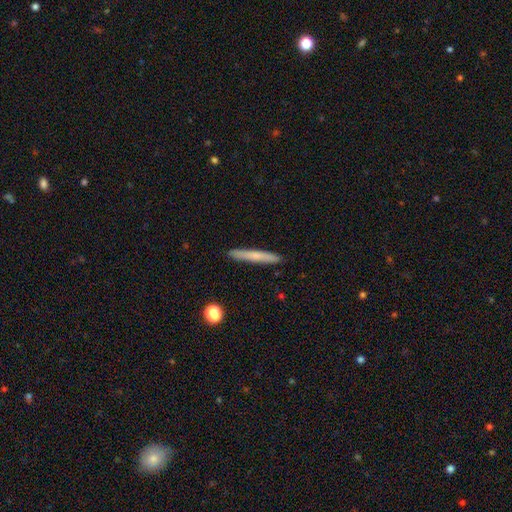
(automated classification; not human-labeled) Overall: smooth (65%; featured or disk 29%). How rounded: cigar-shaped (96%). Merging: none (91%).